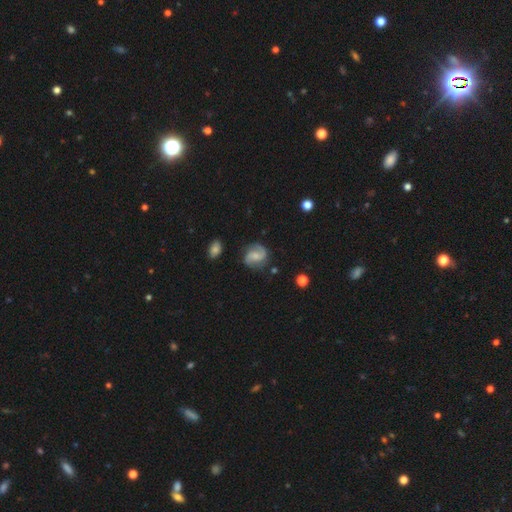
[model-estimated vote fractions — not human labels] smooth-or-featured: featured or disk: 78% | smooth: 15% | star or artifact: 7%
  disk-edge-on: no: 98% | yes: 2%
    bar: weak: 46% | no: 42% | strong: 12%
    has-spiral-arms: yes: 96% | no: 4%
      spiral-winding: medium: 48% | loose: 33% | tight: 18%
      spiral-arm-count: 2: 90% | can't tell: 4% | 1: 3% | 3: 1% | 4: 1% | more than 4: 1%
    bulge-size: small: 47% | moderate: 31% | none: 18% | large: 3% | dominant: 1%
  merging: none: 79% | minor disturbance: 14% | major disturbance: 5% | merger: 2%